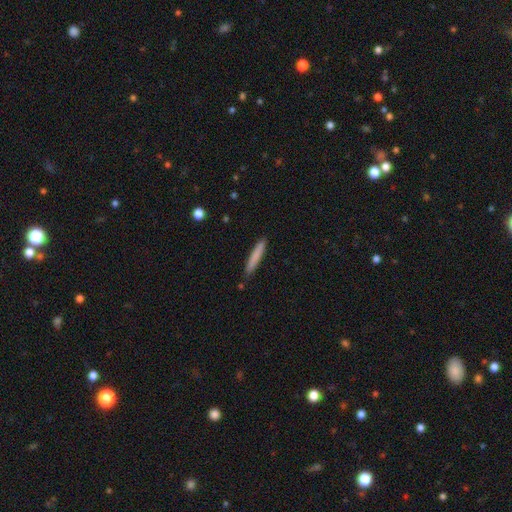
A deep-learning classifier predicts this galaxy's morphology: This is likely a smooth galaxy (79%). How rounded: clearly cigar-shaped (95%). Merging: clearly none (87%).